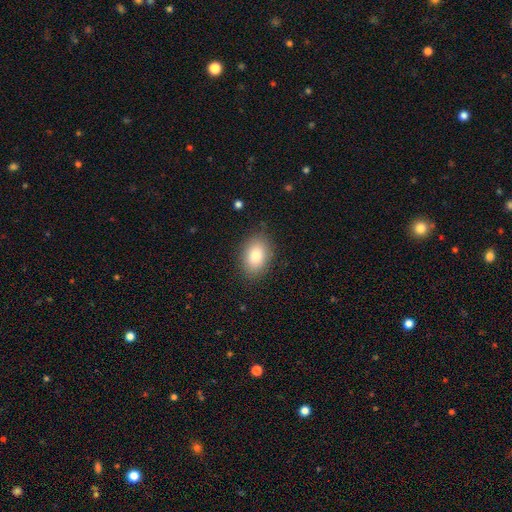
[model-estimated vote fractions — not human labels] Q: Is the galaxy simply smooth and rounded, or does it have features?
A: smooth — 82%.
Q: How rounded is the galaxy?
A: in between — 83%.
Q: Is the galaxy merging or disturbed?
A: none — 85%.